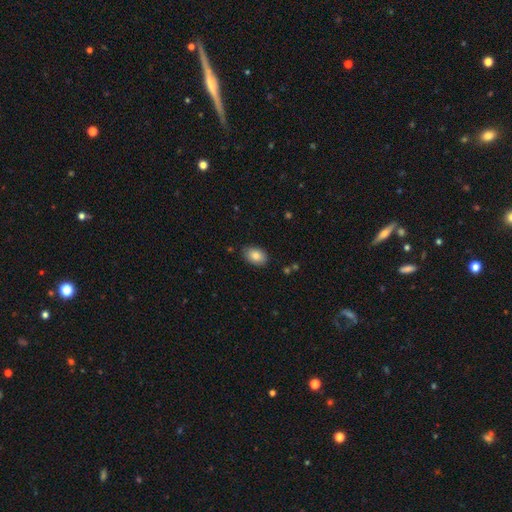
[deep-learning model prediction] The model was most divided on "merging": none: 85%, minor disturbance: 11%, major disturbance: 2%, merger: 1%. More confident: how rounded — in between (87%); smooth or featured — smooth (85%).